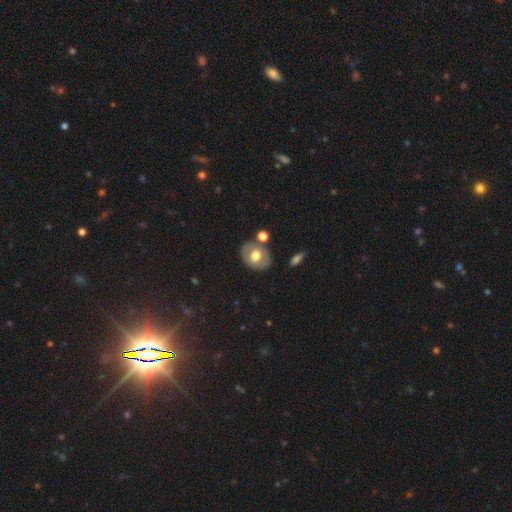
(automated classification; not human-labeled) Smooth or featured? smooth (52%)
How rounded? in between (52%)
Merging? none (74%)